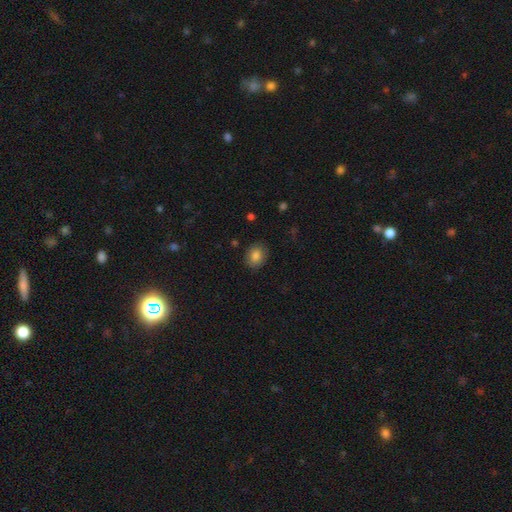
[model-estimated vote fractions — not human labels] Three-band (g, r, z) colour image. It shows a smooth galaxy with no disk features (83%) that is in between round and cigar-shaped (54%). Merging: none (85%).